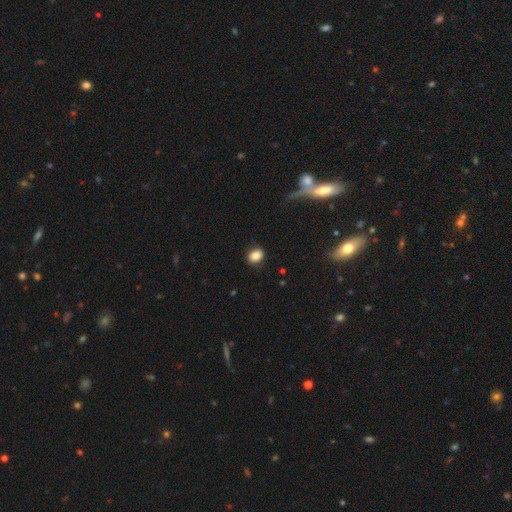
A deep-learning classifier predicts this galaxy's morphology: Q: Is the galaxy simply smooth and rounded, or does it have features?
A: smooth — 86%.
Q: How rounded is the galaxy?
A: in between — 62%.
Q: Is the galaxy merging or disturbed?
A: none — 84%.